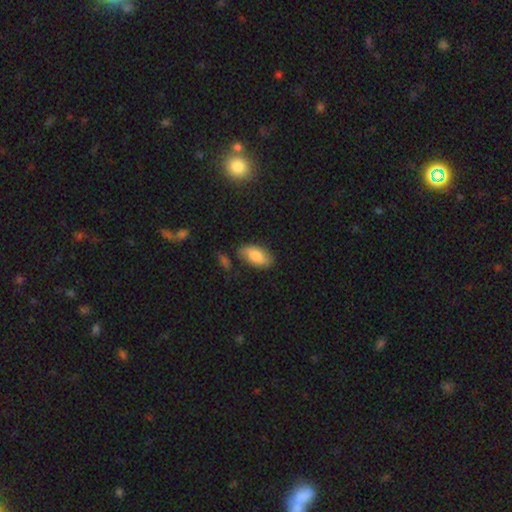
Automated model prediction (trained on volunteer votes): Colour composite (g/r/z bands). It shows a smooth galaxy with no disk features (74%) that is in between round and cigar-shaped (92%). Merging: none (72%).